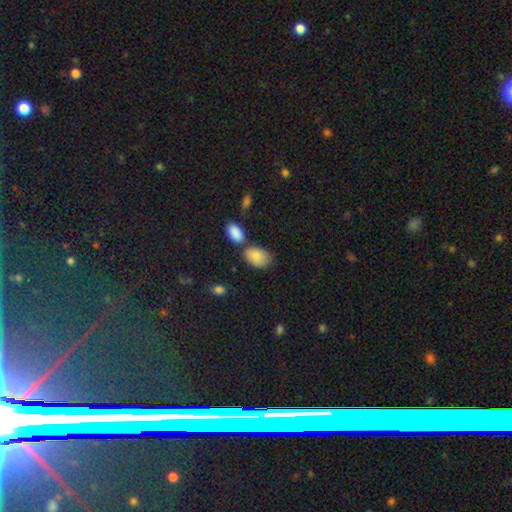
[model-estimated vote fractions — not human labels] The model was most divided on "merging": none: 59%, minor disturbance: 18%, merger: 18%, major disturbance: 5%. More confident: how rounded — in between (89%); smooth or featured — smooth (84%).